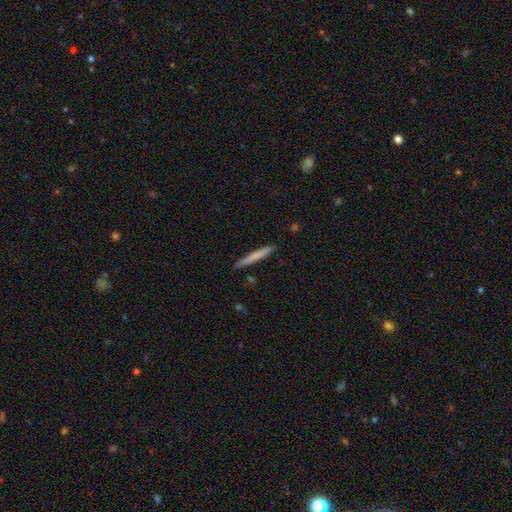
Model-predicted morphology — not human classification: Smooth or featured? Predicted: smooth (p=0.72). How rounded? Predicted: cigar-shaped (p=0.96). Merging? Predicted: none (p=0.90).